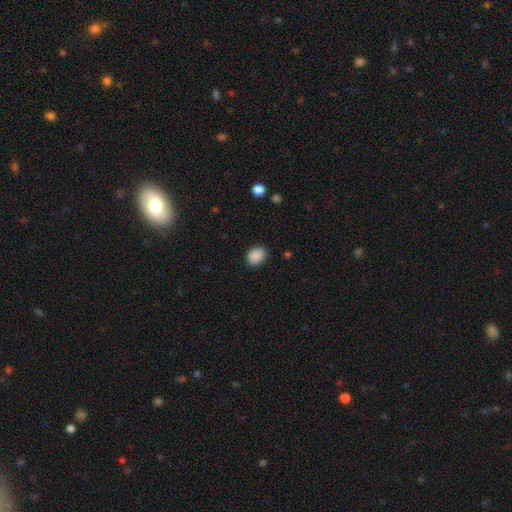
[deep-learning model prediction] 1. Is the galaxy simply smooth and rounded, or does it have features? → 89% smooth, 8% star or artifact, 2% featured or disk.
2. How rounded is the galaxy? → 57% in between, 42% round, 1% cigar-shaped.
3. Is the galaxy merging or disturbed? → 88% none, 9% minor disturbance, 2% major disturbance, 1% merger.